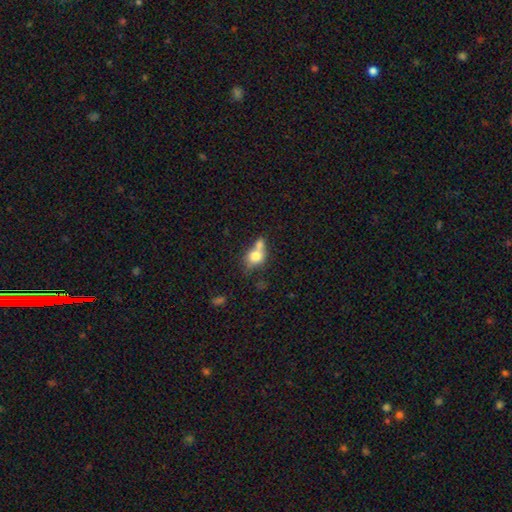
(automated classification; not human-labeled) Smooth or featured: smooth — 73% (featured or disk — 17%)
How rounded: round — 50% (in between — 47%)
Merging: merger — 56% (none — 26%)